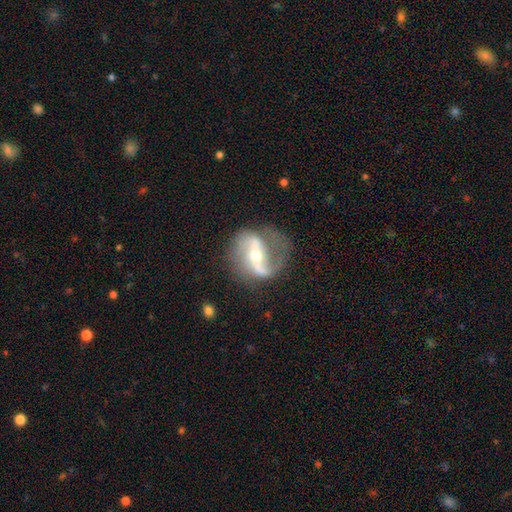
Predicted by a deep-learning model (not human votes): Smooth or featured? Predicted: featured or disk (p=0.88). Edge-on disk? Predicted: no (p=0.97). Bar? Predicted: strong (p=0.46). Spiral arms? Predicted: yes (p=0.95). Spiral winding? Predicted: loose (p=0.64). Spiral arm count? Predicted: 2 (p=0.88). Bulge size? Predicted: moderate (p=0.52). Merging? Predicted: none (p=0.66).